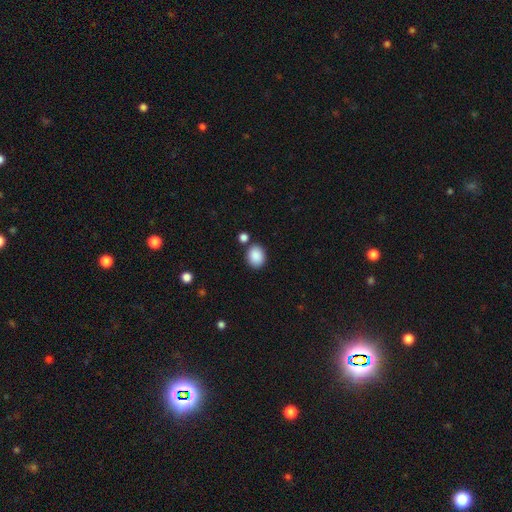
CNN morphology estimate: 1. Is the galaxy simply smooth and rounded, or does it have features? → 88% smooth, 8% star or artifact, 4% featured or disk.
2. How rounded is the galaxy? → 52% in between, 47% round, 1% cigar-shaped.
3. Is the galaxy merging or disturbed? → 79% none, 10% minor disturbance, 8% merger, 3% major disturbance.